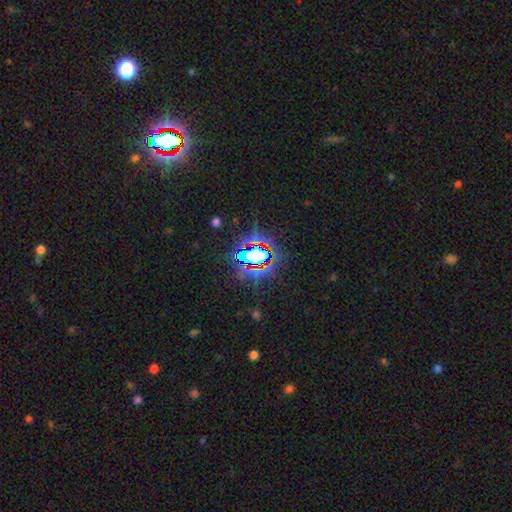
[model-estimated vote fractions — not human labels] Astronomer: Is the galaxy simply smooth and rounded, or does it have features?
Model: star or artifact — 68%.